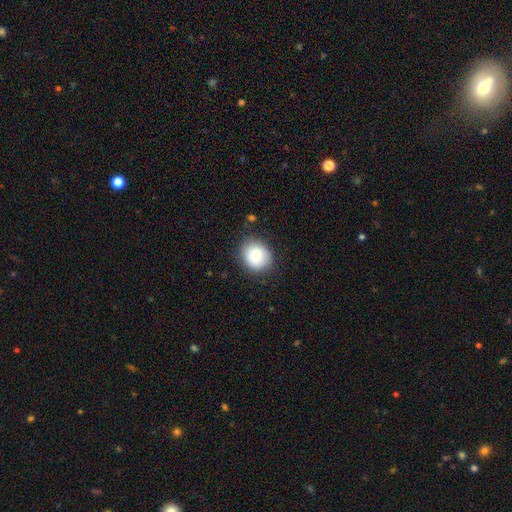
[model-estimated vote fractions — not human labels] Morphology: type=smooth (85%); roundness=round (71%); merging=none (82%).